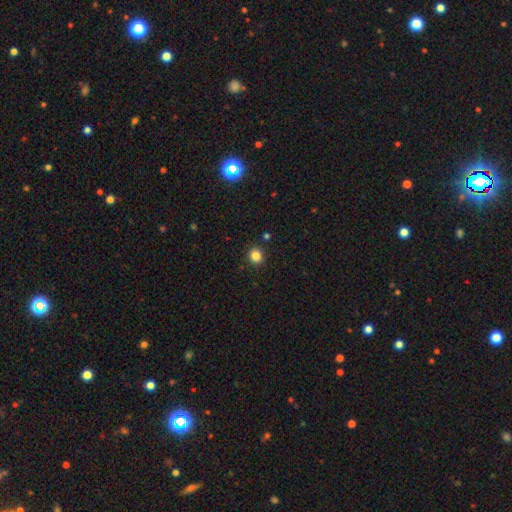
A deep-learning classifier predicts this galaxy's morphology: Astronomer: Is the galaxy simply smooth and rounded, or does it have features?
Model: smooth — 84%.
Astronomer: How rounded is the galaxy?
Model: round — 85%.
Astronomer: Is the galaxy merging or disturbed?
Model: none — 90%.